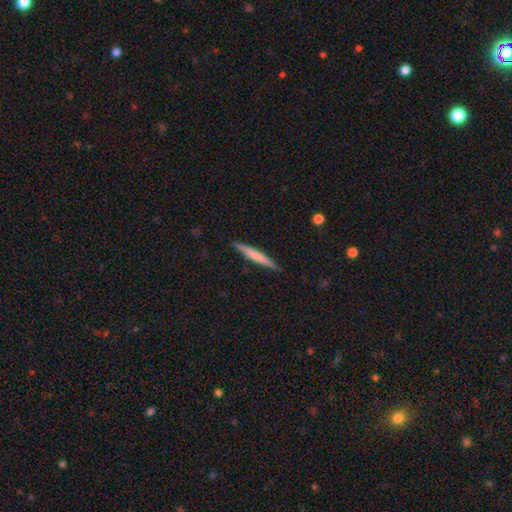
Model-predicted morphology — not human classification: A smooth galaxy with no disk features (62%) that is cigar-shaped (96%).

Vote fractions:
- Smooth or featured? smooth: 62% / featured or disk: 33% / star or artifact: 5%
- How rounded? cigar-shaped: 96% / in between: 3% / round: 1%
- Merging? none: 90% / minor disturbance: 8% / major disturbance: 1% / merger: 1%